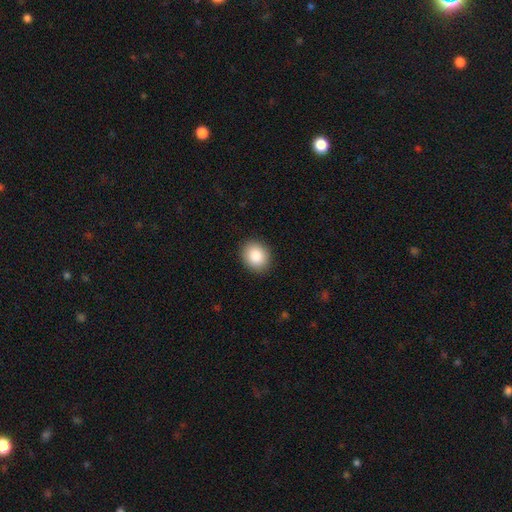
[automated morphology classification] Smooth or featured? smooth (87%)
How rounded? round (61%)
Merging? none (90%)